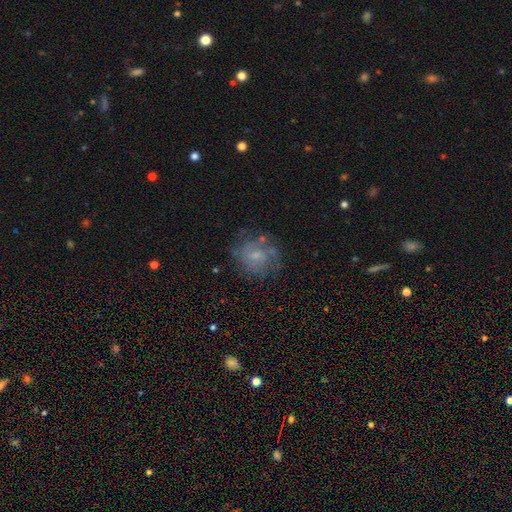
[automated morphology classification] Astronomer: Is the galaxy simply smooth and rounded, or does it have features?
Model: featured or disk — 51% (runner-up: smooth, 37%).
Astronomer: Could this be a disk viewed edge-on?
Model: no — 97%.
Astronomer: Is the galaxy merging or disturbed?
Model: none — 64%.